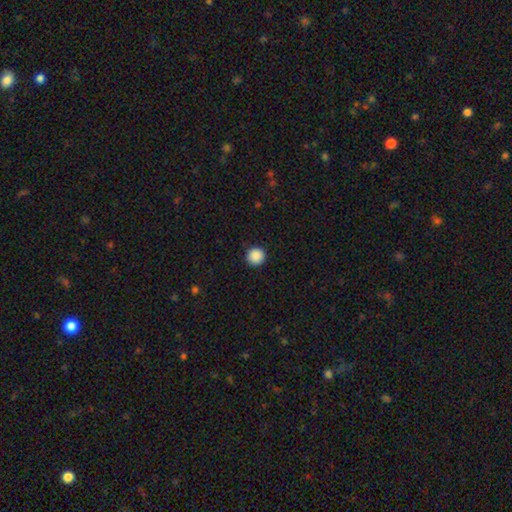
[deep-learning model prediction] Smooth or featured? smooth (89%)
How rounded? round (96%)
Merging? none (92%)